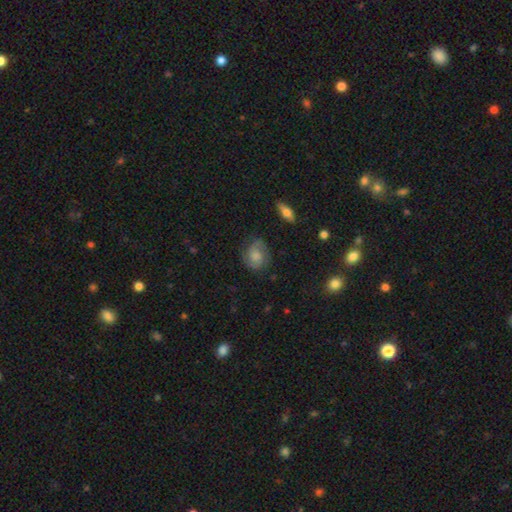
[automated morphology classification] This is possibly a featured or disk galaxy (58%). It is clearly not viewed edge-on (97%). Bar: likely no (67%). Spiral arm pattern: clearly yes (91%). Spiral arm count: clearly 2 (83%). Spiral winding: marginally medium (45%). Central bulge: marginally moderate (38%). Merging: likely none (72%).